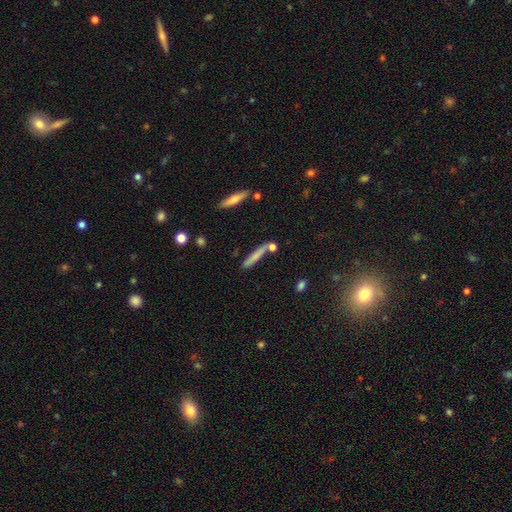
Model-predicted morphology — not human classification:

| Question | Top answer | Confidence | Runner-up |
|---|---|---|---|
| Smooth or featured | smooth | 67% | featured or disk (25%) |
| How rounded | cigar-shaped | 91% | in between (7%) |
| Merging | none | 69% | minor disturbance (14%) |